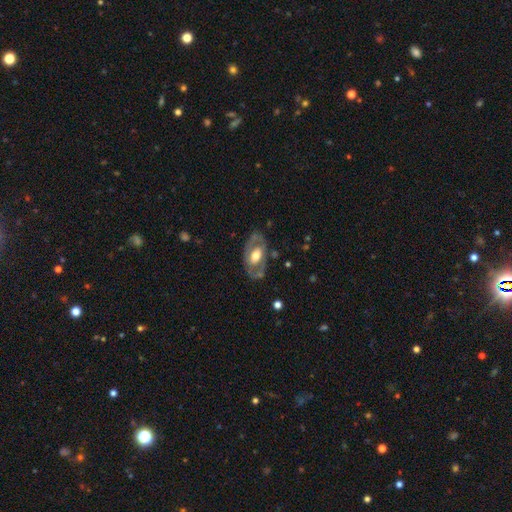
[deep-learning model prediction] Smooth or featured?
  - featured or disk: 61% *
  - smooth: 34%
  - star or artifact: 5%
Edge-on disk?
  - no: 90% *
  - yes: 10%
Bar?
  - no: 62% *
  - weak: 26%
  - strong: 12%
Spiral arms?
  - no: 67% *
  - yes: 33%
Bulge size?
  - moderate: 55% *
  - large: 34%
  - small: 8%
  - dominant: 2%
  - none: 1%
Merging?
  - none: 70% *
  - minor disturbance: 19%
  - major disturbance: 9%
  - merger: 2%